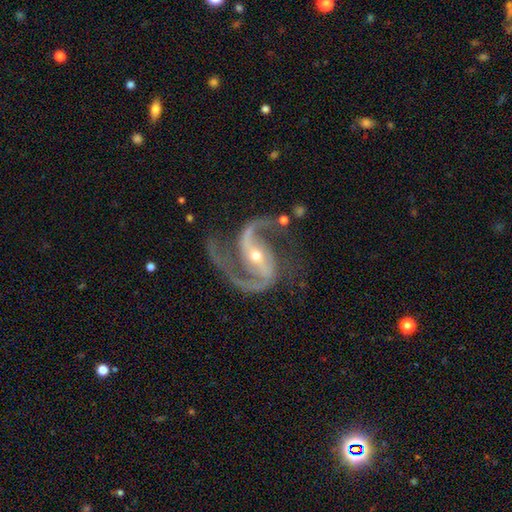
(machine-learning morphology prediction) Overall: featured or disk (93%). Edge-on disk: no (98%). Bar: strong (51%; weak 30%). Spiral arms: yes (99%). Spiral arm count: 2 (93%). Spiral winding: medium (62%; loose 25%). Bulge size: small (54%; moderate 43%). Merging: none (70%).